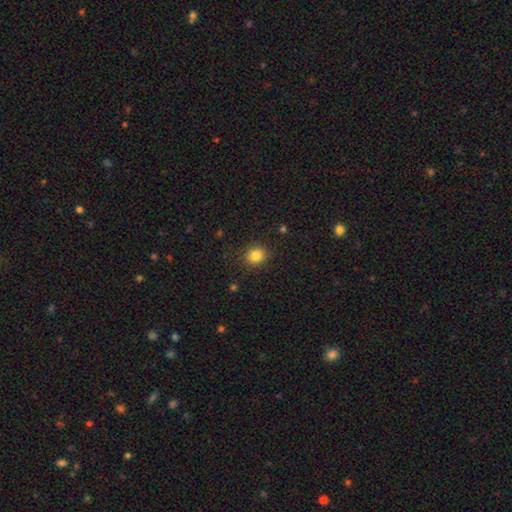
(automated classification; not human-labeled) smooth 83%, star or artifact 11%, featured or disk 5%. Down the decision tree: how rounded — round (79%); merging — none (88%).